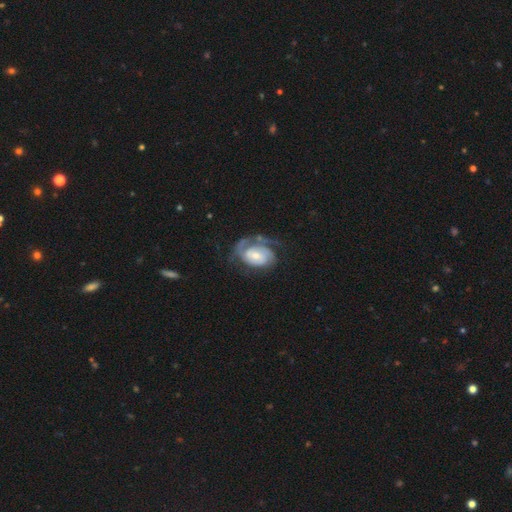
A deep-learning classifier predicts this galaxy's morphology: Smooth or featured? Predicted: featured or disk (p=0.79). Edge-on disk? Predicted: no (p=0.97). Bar? Predicted: no (p=0.64). Spiral arms? Predicted: yes (p=0.90). Spiral winding? Predicted: tight (p=0.53). Spiral arm count? Predicted: 2 (p=0.42). Bulge size? Predicted: moderate (p=0.46, tied with small). Merging? Predicted: none (p=0.47).